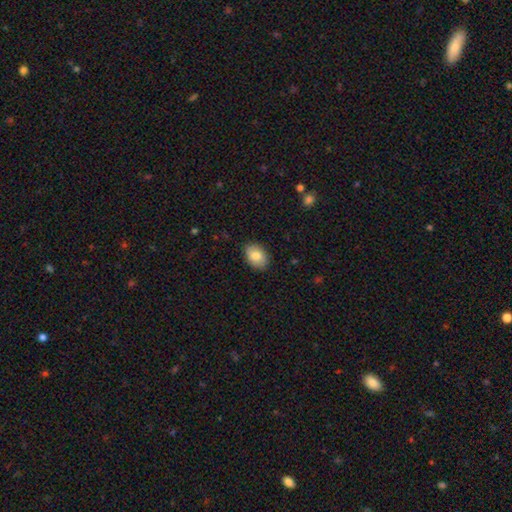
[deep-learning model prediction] Morphology: type=smooth (82%); roundness=in between (82%); merging=none (88%).